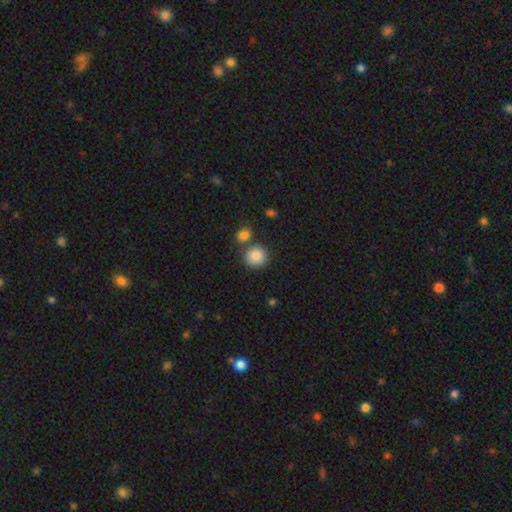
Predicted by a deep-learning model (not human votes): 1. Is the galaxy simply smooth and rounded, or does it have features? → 87% smooth, 8% star or artifact, 5% featured or disk.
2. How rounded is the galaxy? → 90% round, 9% in between, 1% cigar-shaped.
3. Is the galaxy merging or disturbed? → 70% none, 17% merger, 9% minor disturbance, 3% major disturbance.